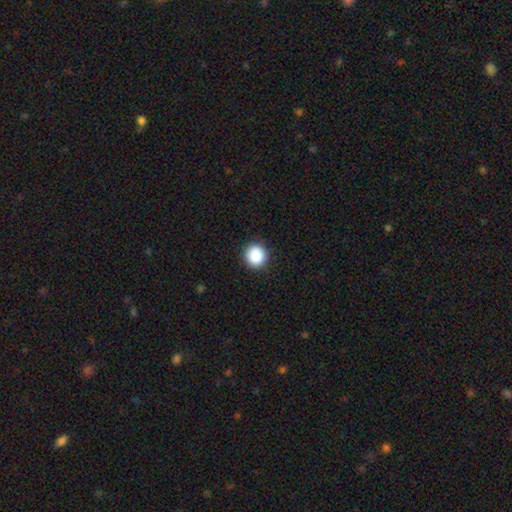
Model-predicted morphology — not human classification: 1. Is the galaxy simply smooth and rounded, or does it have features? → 88% smooth, 9% star or artifact, 3% featured or disk.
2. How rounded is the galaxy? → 93% round, 6% in between, 1% cigar-shaped.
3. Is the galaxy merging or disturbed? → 92% none, 5% minor disturbance, 2% major disturbance, 1% merger.